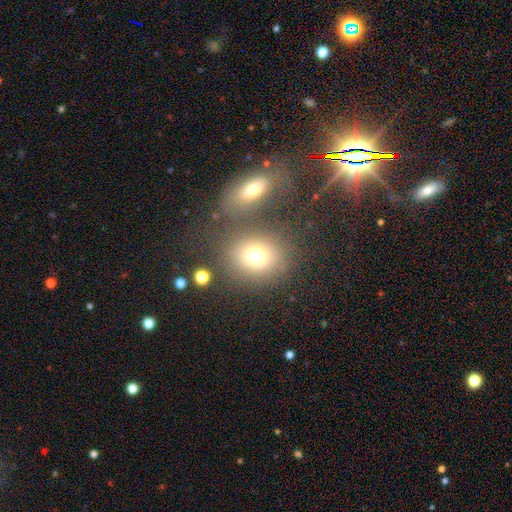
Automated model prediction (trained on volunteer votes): The model was most divided on "how rounded": round: 65%, in between: 34%, cigar-shaped: 1%. More confident: smooth or featured — smooth (75%); merging — none (69%).